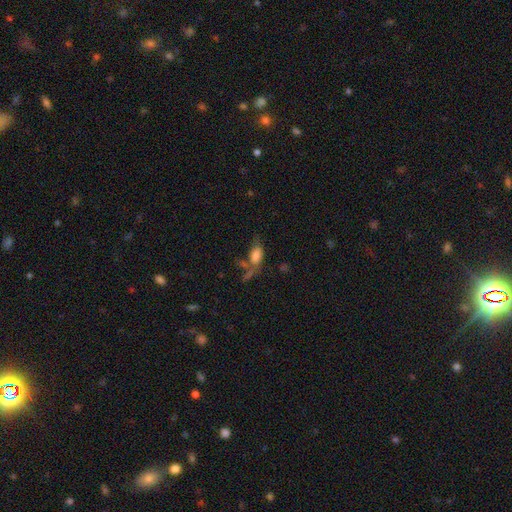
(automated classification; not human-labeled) smooth 72%, featured or disk 17%, star or artifact 11%. Down the decision tree: how rounded — in between (88%); merging — none (34%).